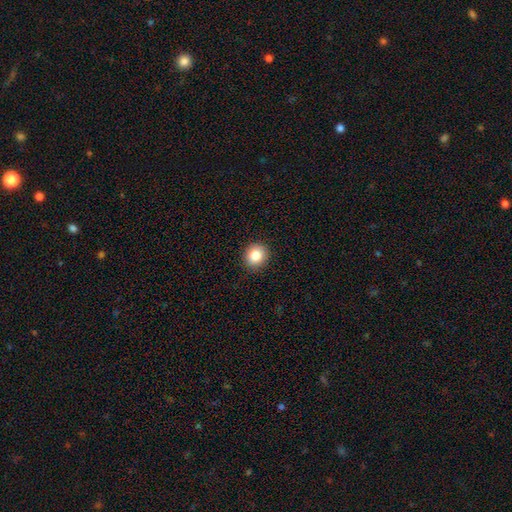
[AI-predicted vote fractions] A smooth galaxy with no disk features (85%) that is round (86%). Merging: none (91%).